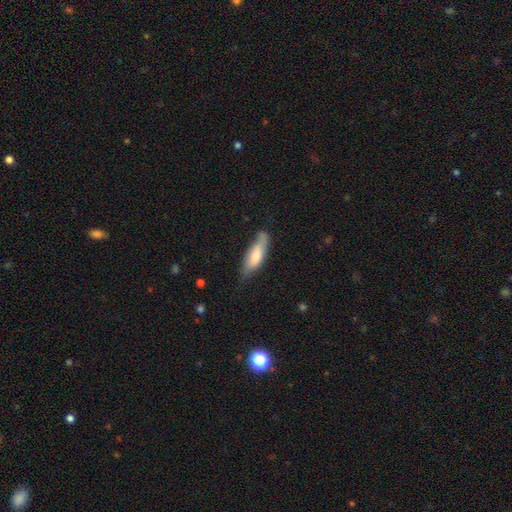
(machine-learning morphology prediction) smooth-or-featured: smooth: 65% | featured or disk: 29% | star or artifact: 6%
  how-rounded: in between: 50% | cigar-shaped: 48% | round: 2%
  merging: none: 61% | minor disturbance: 30% | major disturbance: 7% | merger: 2%